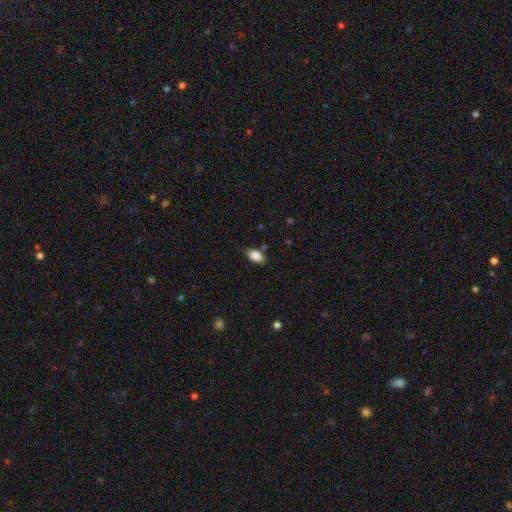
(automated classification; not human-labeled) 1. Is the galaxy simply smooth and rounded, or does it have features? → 86% smooth, 8% star or artifact, 6% featured or disk.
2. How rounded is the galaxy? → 92% in between, 4% round, 3% cigar-shaped.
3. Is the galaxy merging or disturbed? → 78% none, 16% minor disturbance, 3% major disturbance, 3% merger.